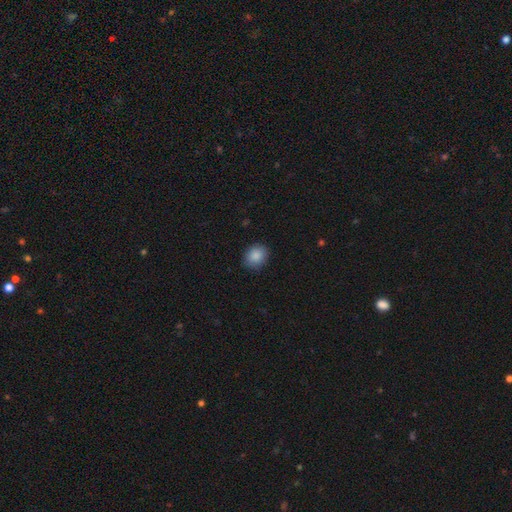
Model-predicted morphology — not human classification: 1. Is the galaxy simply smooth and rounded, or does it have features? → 87% smooth, 8% star or artifact, 4% featured or disk.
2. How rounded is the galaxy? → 58% round, 41% in between, 1% cigar-shaped.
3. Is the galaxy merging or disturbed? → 87% none, 10% minor disturbance, 2% major disturbance, 1% merger.